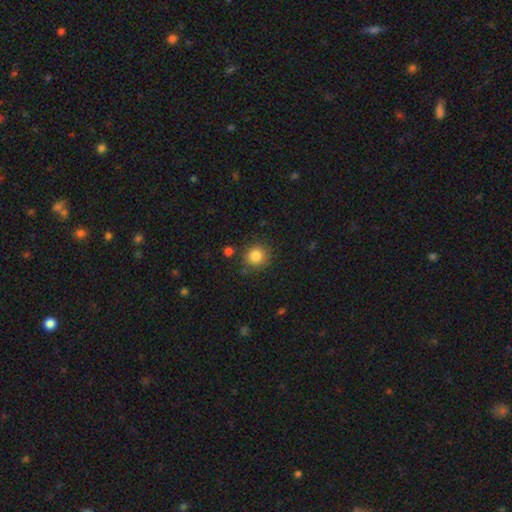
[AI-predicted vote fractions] This appears to be a smooth galaxy with no disk features (84%) that is round (88%). Merging: none (83%).